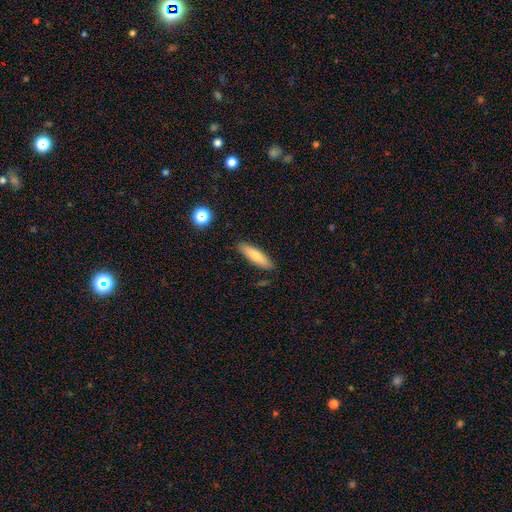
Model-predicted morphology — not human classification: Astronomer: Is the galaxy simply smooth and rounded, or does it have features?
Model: smooth — 77%.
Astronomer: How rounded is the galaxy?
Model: cigar-shaped — 70%.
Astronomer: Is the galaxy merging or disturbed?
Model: none — 88%.